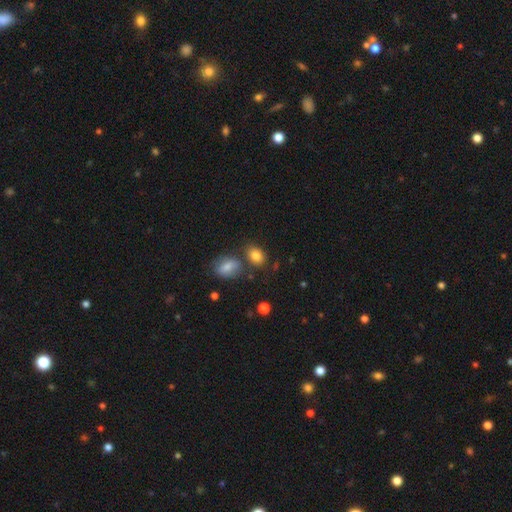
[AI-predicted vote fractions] A smooth galaxy with no disk features (83%) that is in between round and cigar-shaped (67%).

Vote fractions:
- Smooth or featured? smooth: 83% / star or artifact: 10% / featured or disk: 7%
- How rounded? in between: 67% / round: 32% / cigar-shaped: 1%
- Merging? none: 69% / merger: 14% / minor disturbance: 13% / major disturbance: 4%